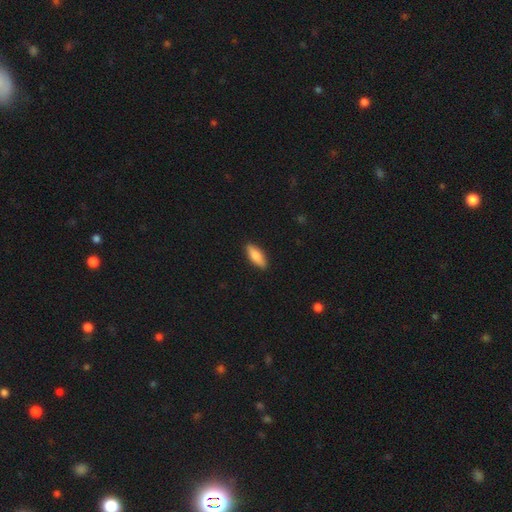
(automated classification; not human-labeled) Smooth or featured? Predicted: smooth (p=0.76). How rounded? Predicted: in between (p=0.65). Merging? Predicted: none (p=0.89).